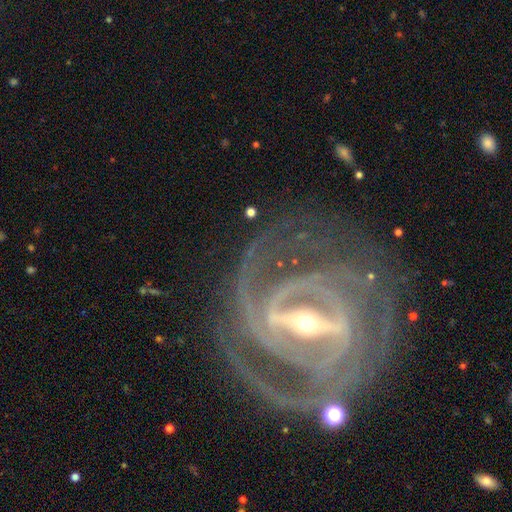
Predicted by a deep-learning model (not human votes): Smooth or featured: featured or disk — 92% (star or artifact — 5%)
Edge-on disk: no — 94% (yes — 6%)
Bar: strong — 82% (weak — 14%)
Spiral arms: yes — 97% (no — 3%)
Spiral winding: tight — 69% (medium — 27%)
Spiral arm count: 2 — 29% (3 — 24%)
Bulge size: small — 61% (moderate — 35%)
Merging: none — 72% (minor disturbance — 14%)